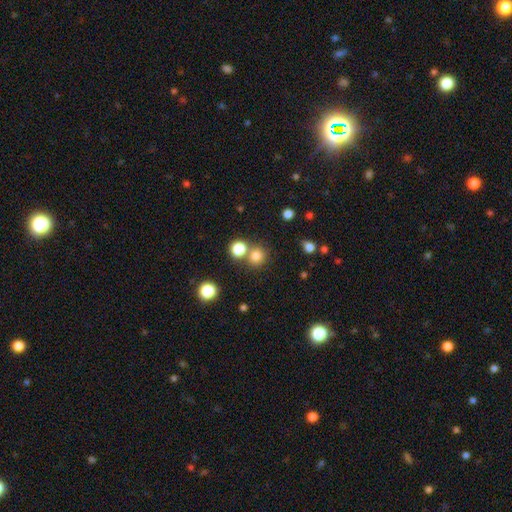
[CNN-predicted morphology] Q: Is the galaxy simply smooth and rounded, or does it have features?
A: smooth — 79%.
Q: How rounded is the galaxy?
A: round — 89%.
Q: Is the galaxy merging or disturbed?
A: none — 68%.